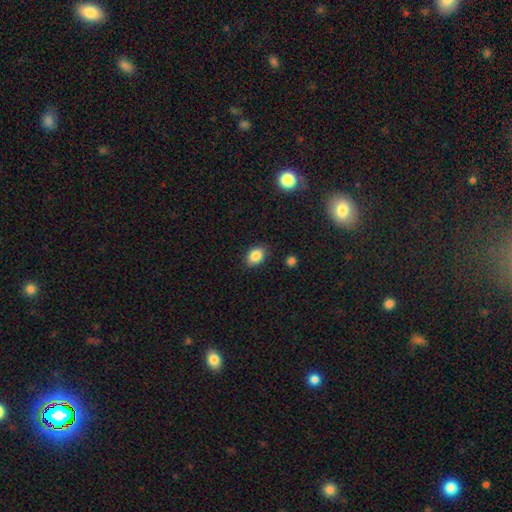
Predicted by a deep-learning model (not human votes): This is clearly a smooth galaxy (85%). How rounded: likely in between (76%). Merging: clearly none (85%).